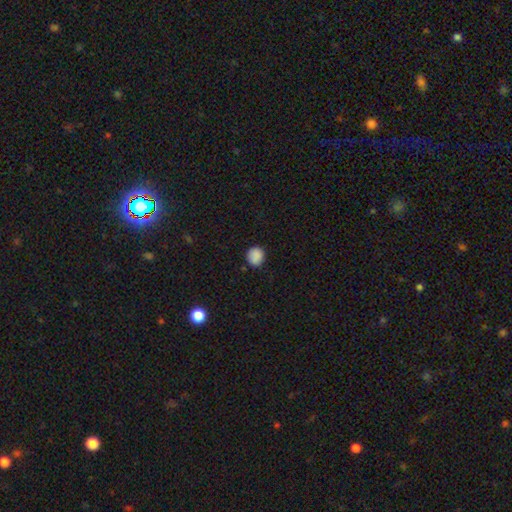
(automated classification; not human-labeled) This appears to be a smooth galaxy with no disk features (87%) that is round (82%). Merging: none (84%).